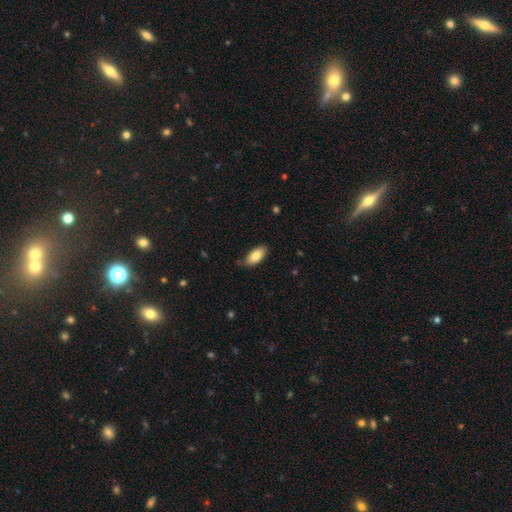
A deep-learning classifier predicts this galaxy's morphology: Smooth or featured? Predicted: smooth (p=0.81). How rounded? Predicted: in between (p=0.91). Merging? Predicted: none (p=0.83).